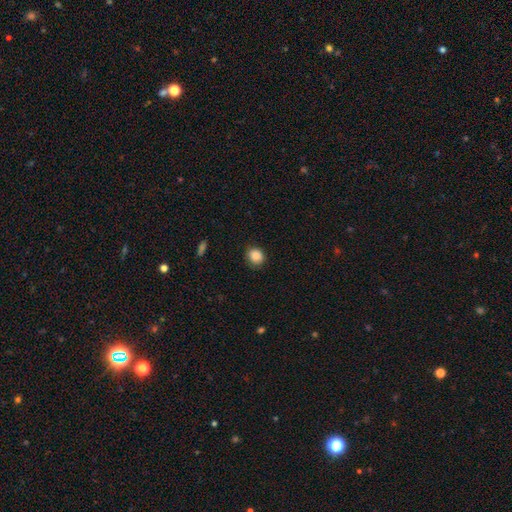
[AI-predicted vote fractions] Morphology: type=smooth (87%); roundness=round (79%); merging=none (82%).